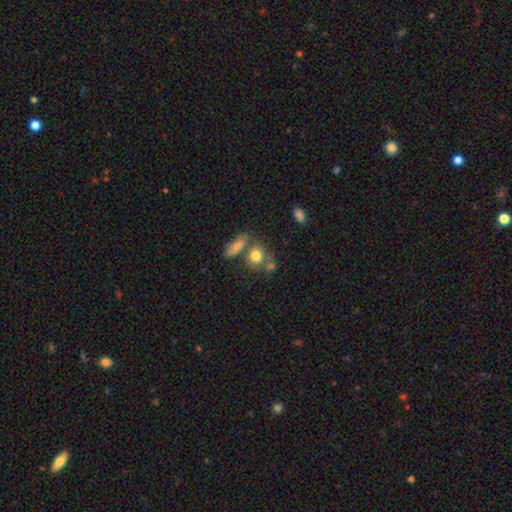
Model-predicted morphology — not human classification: Smooth or featured? smooth (77%)
How rounded? round (66%)
Merging? none (53%)